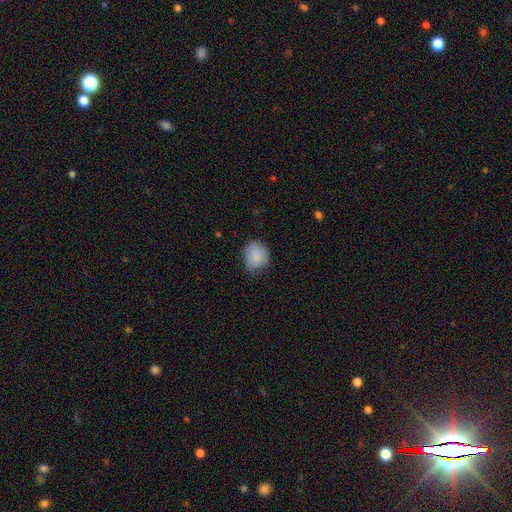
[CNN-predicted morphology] Q: Smooth or featured?
A: smooth (85%); runner-up: star or artifact (8%)
Q: How rounded?
A: round (70%); runner-up: in between (29%)
Q: Merging?
A: none (64%); runner-up: minor disturbance (29%)